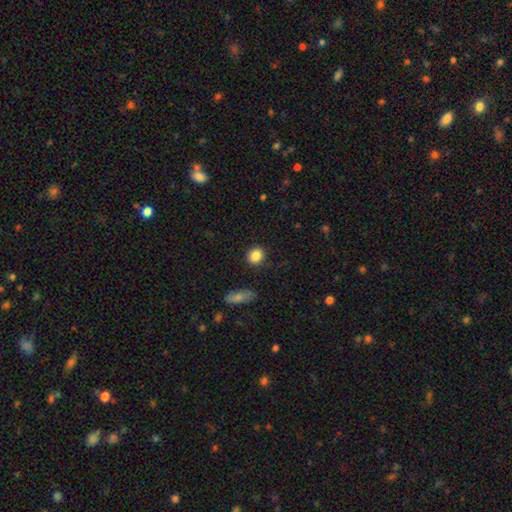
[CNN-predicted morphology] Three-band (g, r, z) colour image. It shows a smooth galaxy with no disk features (86%) that is round (72%). Merging: none (88%).